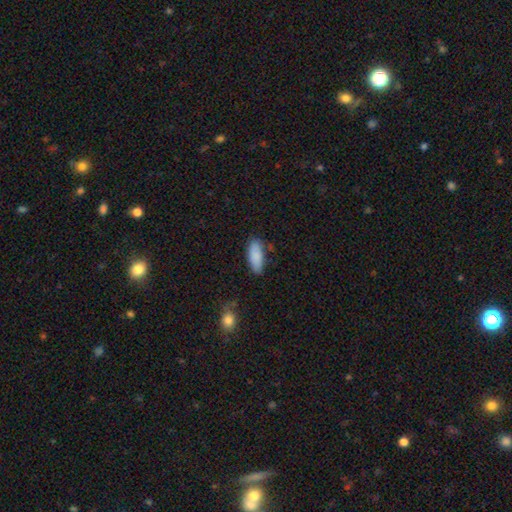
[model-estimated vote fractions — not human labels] A smooth galaxy with no disk features (88%) that is in between round and cigar-shaped (81%). Merging: none (75%).